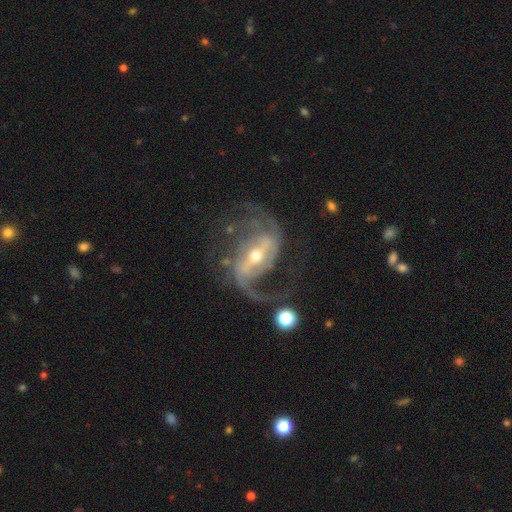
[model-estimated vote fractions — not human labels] This is clearly a featured or disk galaxy (91%). It is clearly not viewed edge-on (97%). Bar: possibly strong (58%). Spiral arm pattern: clearly yes (97%). Spiral arm count: clearly 2 (82%). Spiral winding: possibly loose (48%). Central bulge: possibly moderate (49%). Merging: likely none (60%).